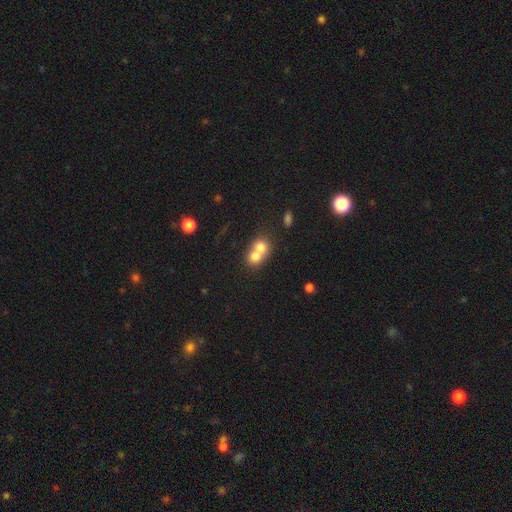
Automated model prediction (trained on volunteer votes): smooth_or_featured: smooth (p=0.72) [alt: featured or disk p=0.18]
how_rounded: round (p=0.70) [alt: in between p=0.28]
merging: merger (p=0.74) [alt: none p=0.20]